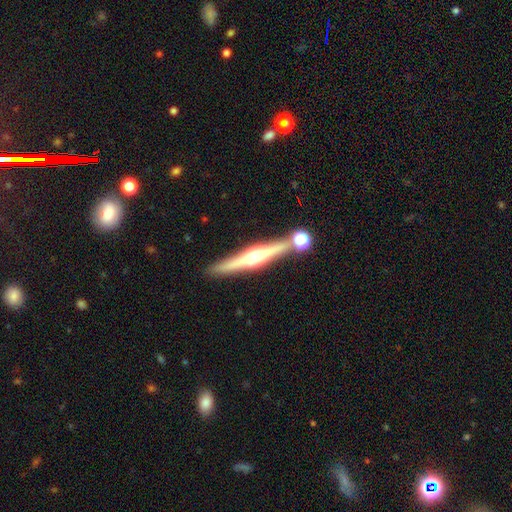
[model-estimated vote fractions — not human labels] Smooth or featured: featured or disk — 76% (smooth — 17%)
Edge-on disk: yes — 97% (no — 3%)
Edge-on bulge: rounded — 92% (boxy — 6%)
Merging: none — 82% (minor disturbance — 8%)